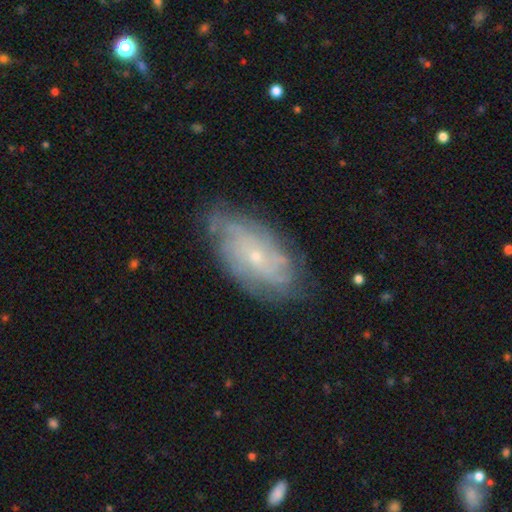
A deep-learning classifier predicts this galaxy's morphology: This appears to be a featured or disk galaxy (74%) with no bar (78%), tight (63%) spiral arms (86%) and a small central bulge (78%). Merging: none (74%).